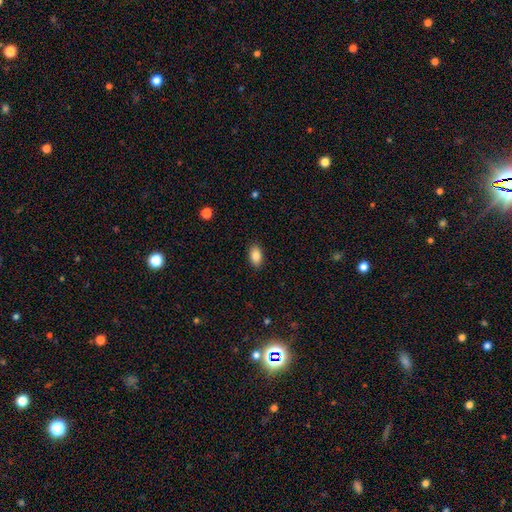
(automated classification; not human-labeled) A smooth galaxy with no disk features (87%) that is in between round and cigar-shaped (91%). Merging: none (88%).